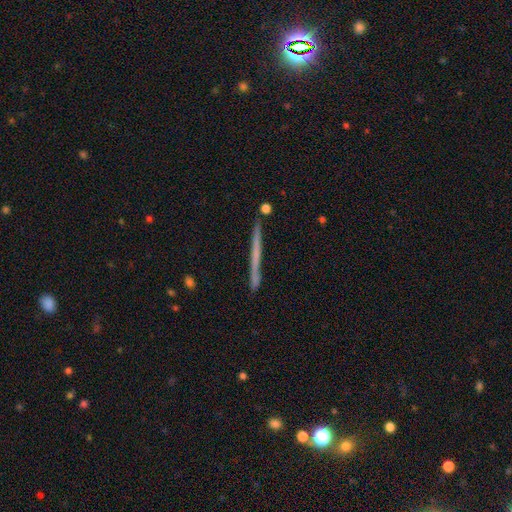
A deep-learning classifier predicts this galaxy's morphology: featured or disk 53%, smooth 41%, star or artifact 6%. Down the decision tree: edge-on disk — yes (97%); edge-on bulge — none (89%); merging — none (90%).